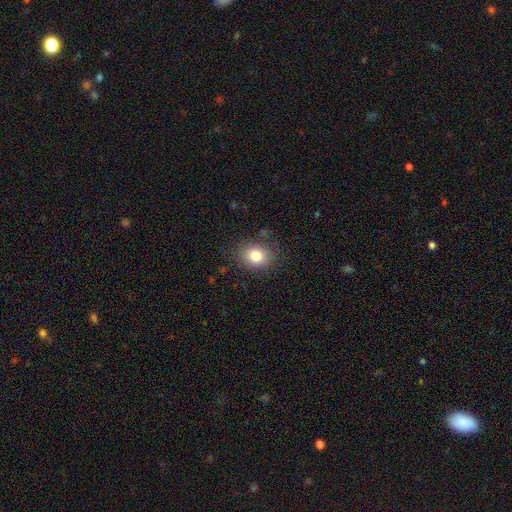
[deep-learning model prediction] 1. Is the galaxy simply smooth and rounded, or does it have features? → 81% smooth, 10% star or artifact, 8% featured or disk.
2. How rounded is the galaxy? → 51% in between, 48% round, 1% cigar-shaped.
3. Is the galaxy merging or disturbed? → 84% none, 11% minor disturbance, 4% major disturbance, 1% merger.